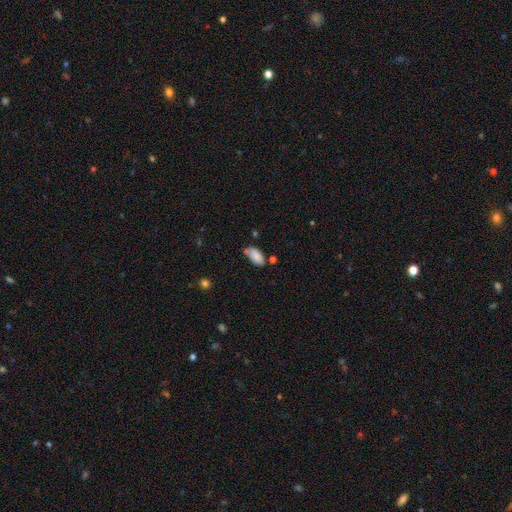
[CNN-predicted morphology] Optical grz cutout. It shows a smooth galaxy with no disk features (85%) that is in between round and cigar-shaped (94%). Merging: none (60%).